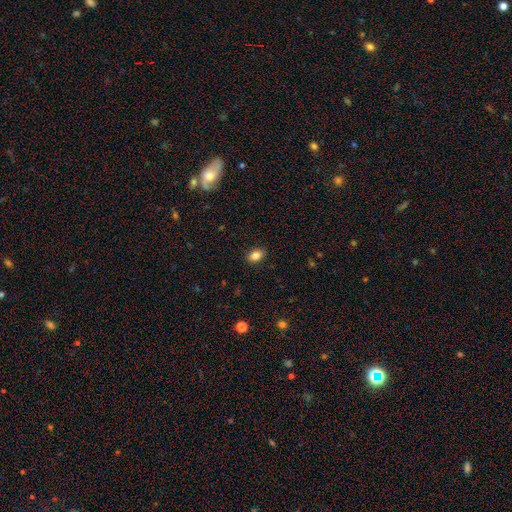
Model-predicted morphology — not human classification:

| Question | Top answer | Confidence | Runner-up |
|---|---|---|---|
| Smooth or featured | smooth | 84% | star or artifact (10%) |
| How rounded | in between | 74% | round (25%) |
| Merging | none | 89% | minor disturbance (8%) |